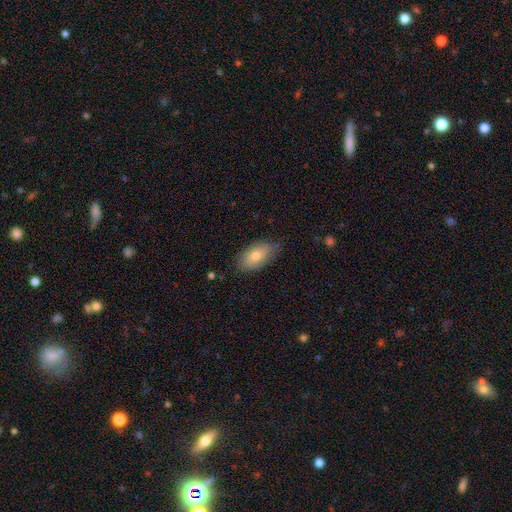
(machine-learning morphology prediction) smooth 73%, featured or disk 20%, star or artifact 7%. Down the decision tree: how rounded — in between (93%); merging — none (73%).